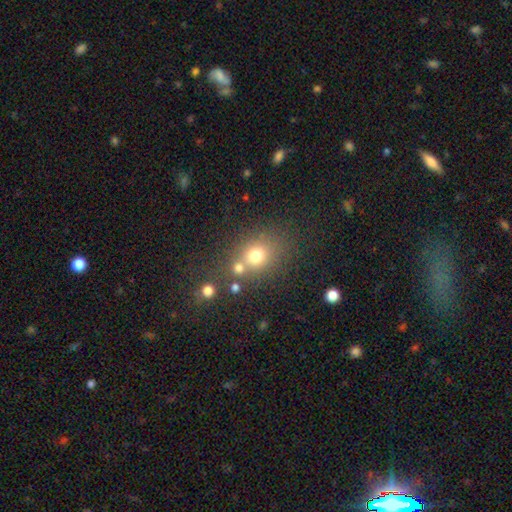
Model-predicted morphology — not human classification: smooth 71%, star or artifact 17%, featured or disk 12%. Down the decision tree: how rounded — round (67%); merging — none (56%).